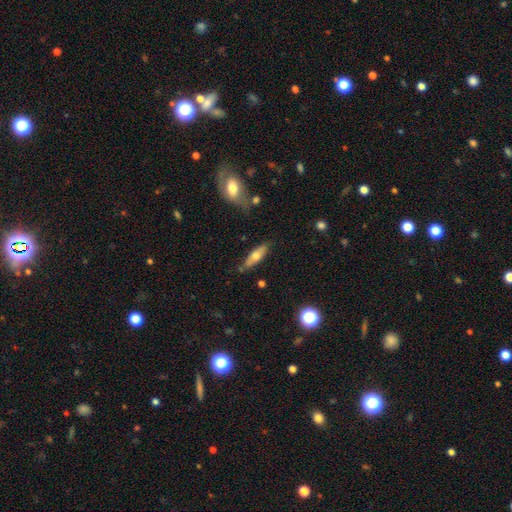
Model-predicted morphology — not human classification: smooth 55%, featured or disk 39%, star or artifact 6%. Down the decision tree: how rounded — cigar-shaped (52%); merging — none (76%).